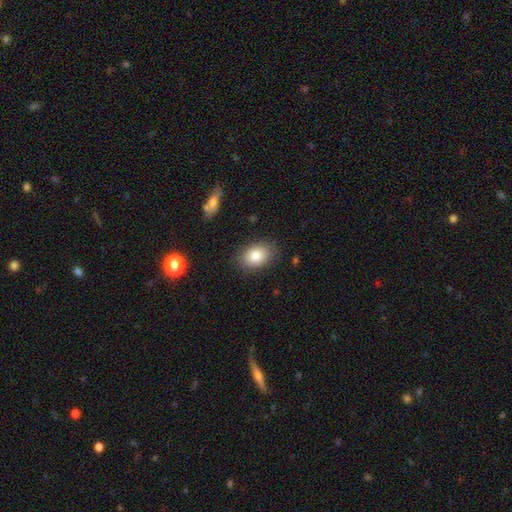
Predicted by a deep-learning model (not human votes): A smooth galaxy with no disk features (83%) that is in between round and cigar-shaped (79%). Merging: none (84%).